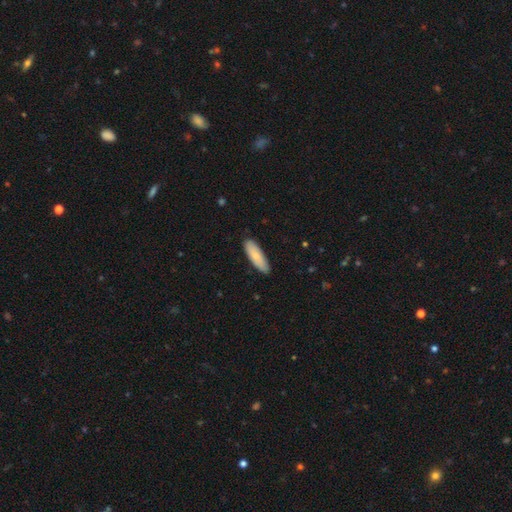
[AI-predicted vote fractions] Smooth or featured? smooth (77%)
How rounded? in between (51%)
Merging? none (86%)